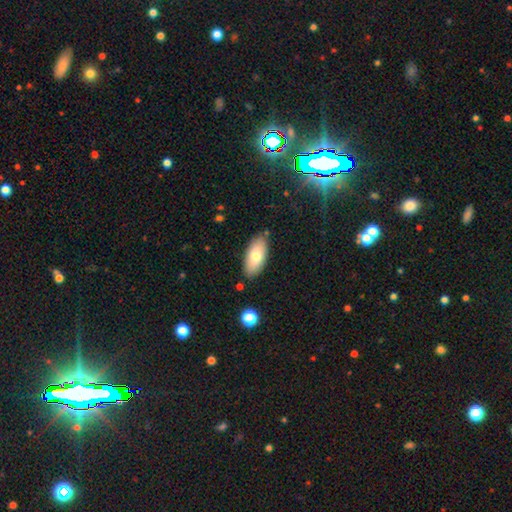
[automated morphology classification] Smooth or featured? smooth (74%)
How rounded? in between (89%)
Merging? none (83%)